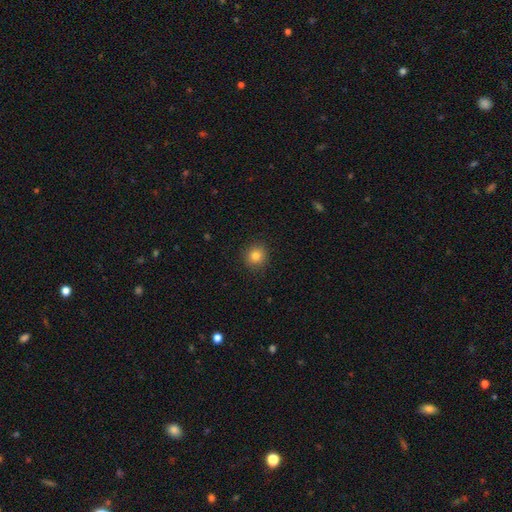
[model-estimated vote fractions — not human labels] Smooth or featured: smooth — 82% (star or artifact — 12%)
How rounded: round — 90% (in between — 9%)
Merging: none — 90% (minor disturbance — 7%)